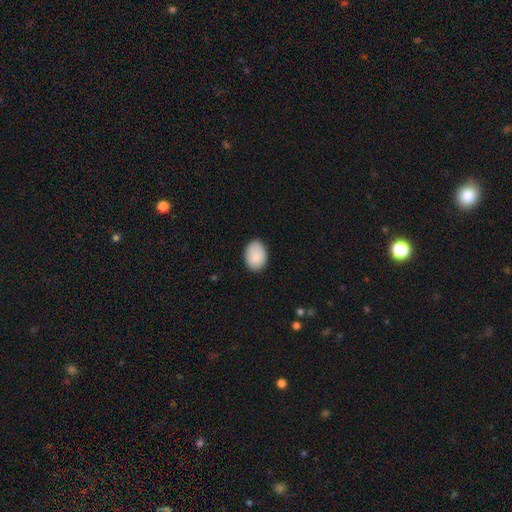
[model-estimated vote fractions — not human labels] A smooth galaxy with no disk features (90%) that is in between round and cigar-shaped (82%). Merging: none (86%).